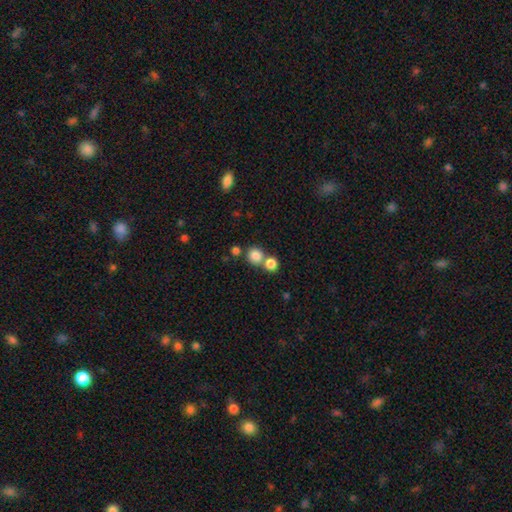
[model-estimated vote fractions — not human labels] Smooth or featured? Predicted: smooth (p=0.82). How rounded? Predicted: round (p=0.89). Merging? Predicted: none (p=0.55).